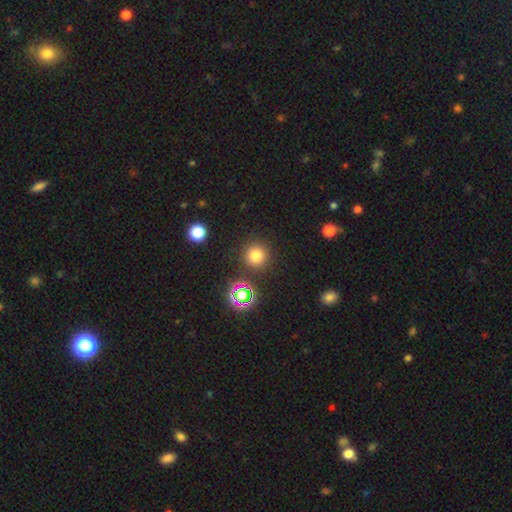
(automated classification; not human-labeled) This is likely a smooth galaxy (74%). How rounded: clearly round (95%). Merging: clearly none (88%).